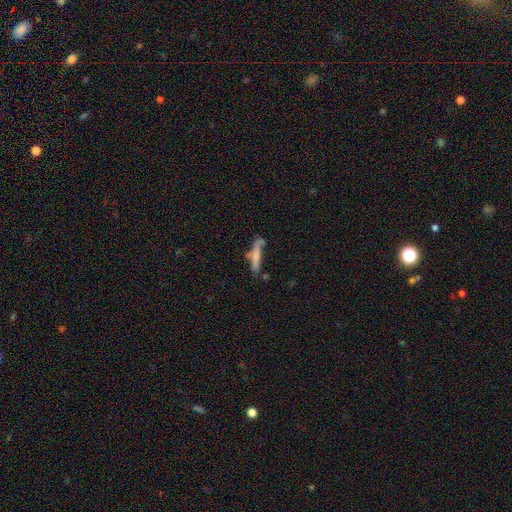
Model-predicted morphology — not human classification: Smooth or featured? smooth (60%)
How rounded? cigar-shaped (88%)
Merging? none (53%)